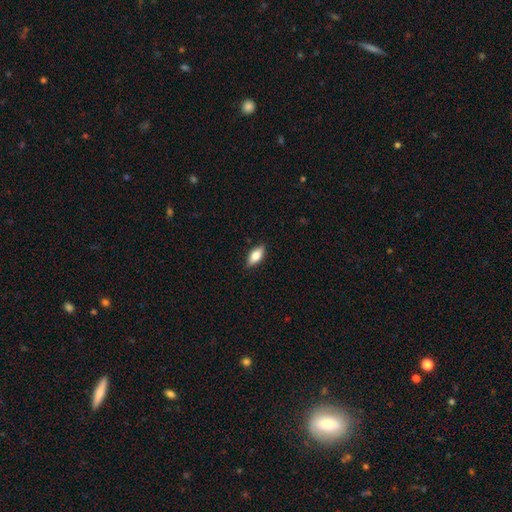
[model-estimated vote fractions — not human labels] A smooth galaxy with no disk features (70%) that is in between round and cigar-shaped (82%).

Vote fractions:
- Smooth or featured? smooth: 70% / featured or disk: 23% / star or artifact: 7%
- How rounded? in between: 82% / cigar-shaped: 15% / round: 3%
- Merging? none: 87% / minor disturbance: 10% / major disturbance: 2% / merger: 1%